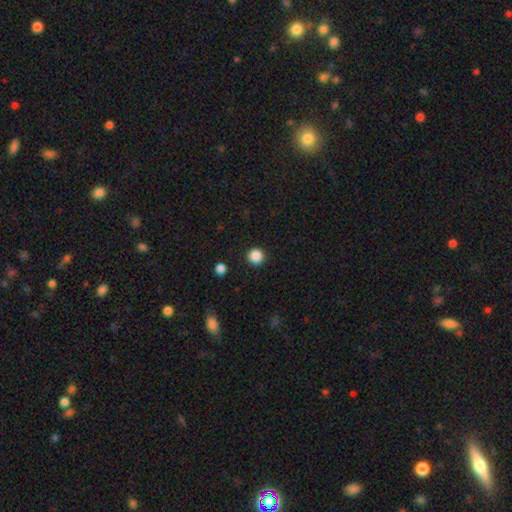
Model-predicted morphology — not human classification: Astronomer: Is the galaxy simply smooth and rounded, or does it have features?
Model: smooth — 87%.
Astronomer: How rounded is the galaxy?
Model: round — 95%.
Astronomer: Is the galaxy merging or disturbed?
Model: none — 92%.